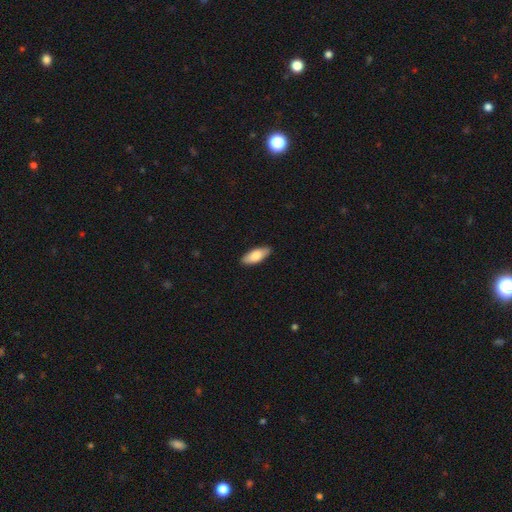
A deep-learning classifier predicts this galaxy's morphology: Q: Smooth or featured?
A: smooth (80%); runner-up: featured or disk (15%)
Q: How rounded?
A: in between (79%); runner-up: cigar-shaped (19%)
Q: Merging?
A: none (89%); runner-up: minor disturbance (9%)